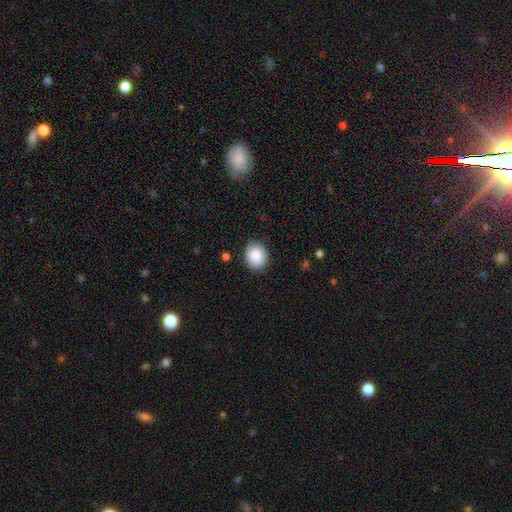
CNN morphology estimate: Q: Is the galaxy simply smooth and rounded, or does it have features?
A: smooth — 86%.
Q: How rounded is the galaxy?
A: round — 60%.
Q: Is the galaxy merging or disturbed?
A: none — 82%.